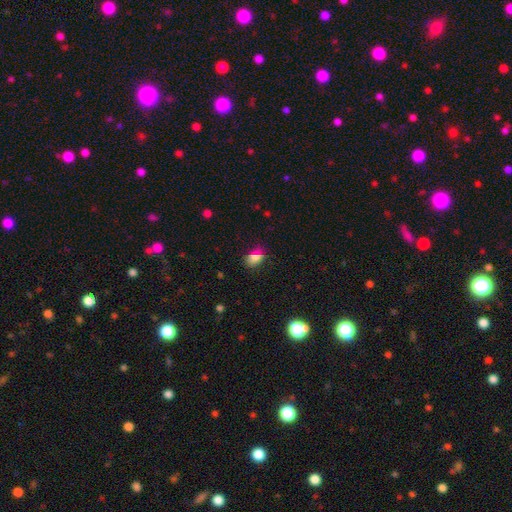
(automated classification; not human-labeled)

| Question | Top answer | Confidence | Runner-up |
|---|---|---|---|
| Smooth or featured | smooth | 77% | star or artifact (14%) |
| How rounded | in between | 77% | round (21%) |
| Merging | none | 68% | minor disturbance (21%) |